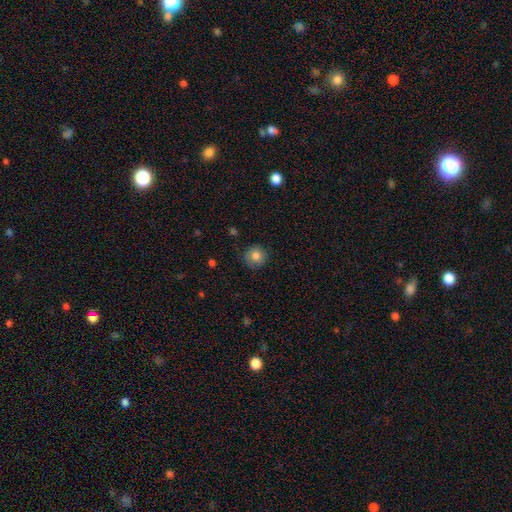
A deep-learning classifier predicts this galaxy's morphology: Q: Smooth or featured?
A: smooth (81%); runner-up: featured or disk (10%)
Q: How rounded?
A: round (93%); runner-up: in between (6%)
Q: Merging?
A: none (86%); runner-up: minor disturbance (10%)